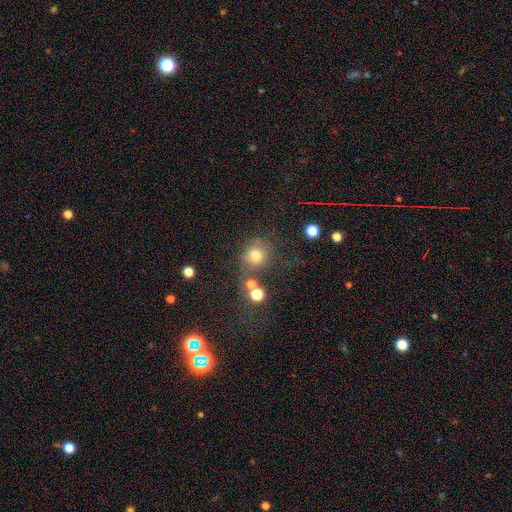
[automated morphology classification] Smooth or featured? Predicted: smooth (p=0.76). How rounded? Predicted: round (p=0.82). Merging? Predicted: none (p=0.59).